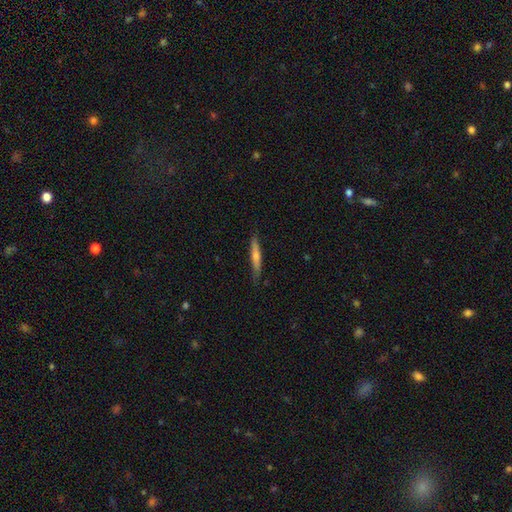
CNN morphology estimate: This appears to be a featured or disk galaxy (54%) viewed edge-on (95%) with a rounded central bulge (67%). Merging: none (85%).